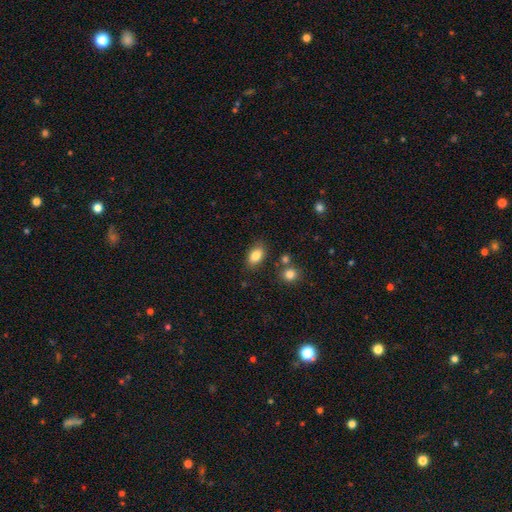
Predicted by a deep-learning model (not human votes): Q: Smooth or featured?
A: smooth (83%); runner-up: featured or disk (8%)
Q: How rounded?
A: in between (89%); runner-up: round (9%)
Q: Merging?
A: none (80%); runner-up: minor disturbance (13%)